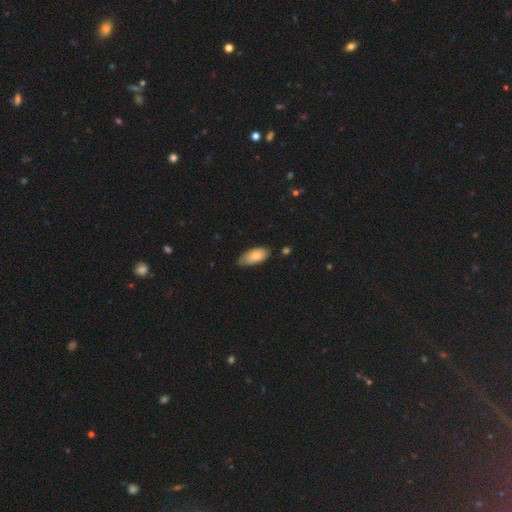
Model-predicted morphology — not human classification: Q: Smooth or featured?
A: smooth (74%); runner-up: featured or disk (20%)
Q: How rounded?
A: in between (91%); runner-up: cigar-shaped (7%)
Q: Merging?
A: none (68%); runner-up: minor disturbance (26%)